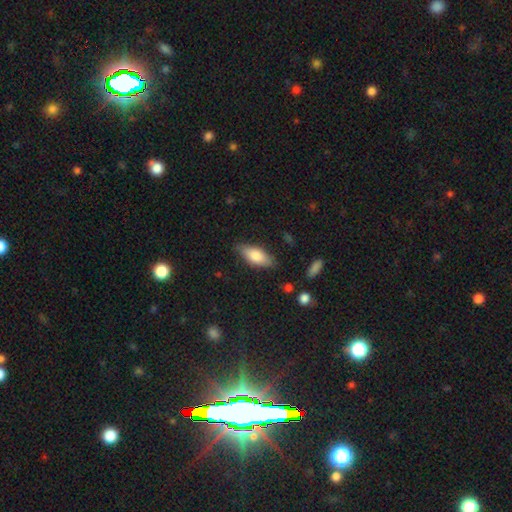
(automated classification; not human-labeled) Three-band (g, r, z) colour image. It shows a smooth galaxy with no disk features (75%) that is in between round and cigar-shaped (76%). Merging: none (81%).